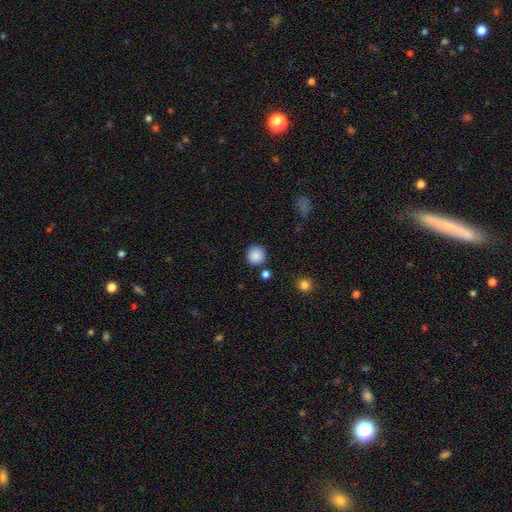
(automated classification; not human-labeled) Smooth or featured? smooth (88%)
How rounded? round (92%)
Merging? none (85%)